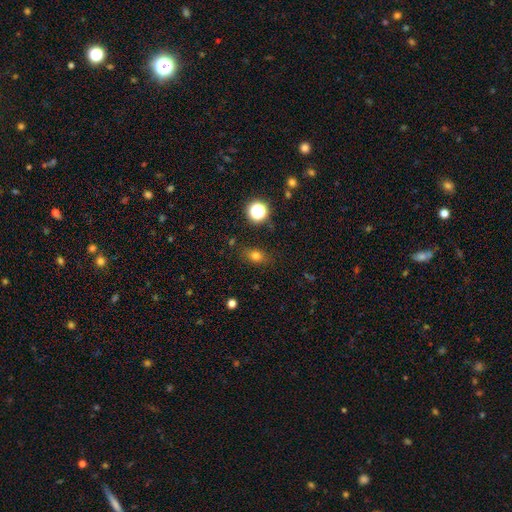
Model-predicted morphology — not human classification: A smooth galaxy with no disk features (76%) that is in between round and cigar-shaped (60%). Merging: none (81%).